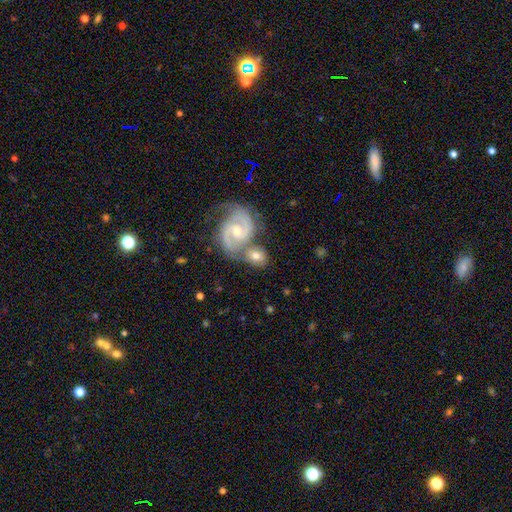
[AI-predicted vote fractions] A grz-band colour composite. It shows a featured or disk galaxy (65%) with a weak bar (44%), 2 (91%) medium (59%) spiral arms (93%) and a moderate central bulge (54%). Merging: none (45%).